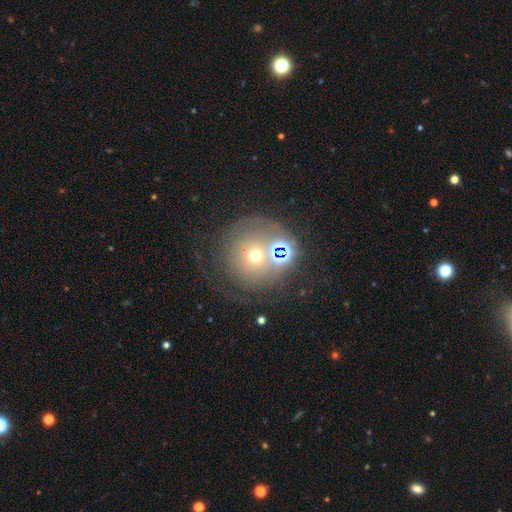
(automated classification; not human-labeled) Smooth or featured? smooth (41%)
Merging? none (55%)